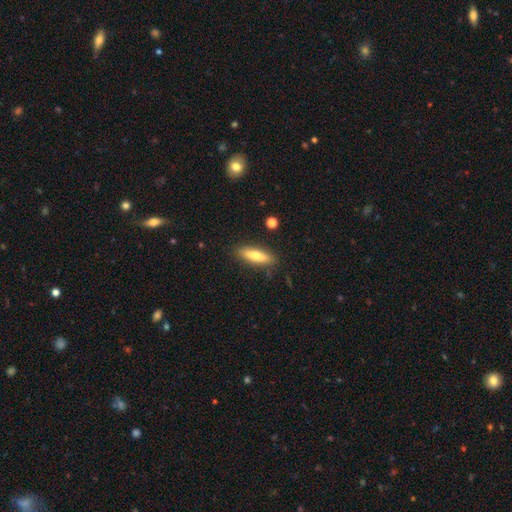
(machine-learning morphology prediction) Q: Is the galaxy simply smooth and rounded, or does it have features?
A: smooth — 64%.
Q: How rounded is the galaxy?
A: cigar-shaped — 58%.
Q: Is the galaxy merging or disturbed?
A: none — 87%.